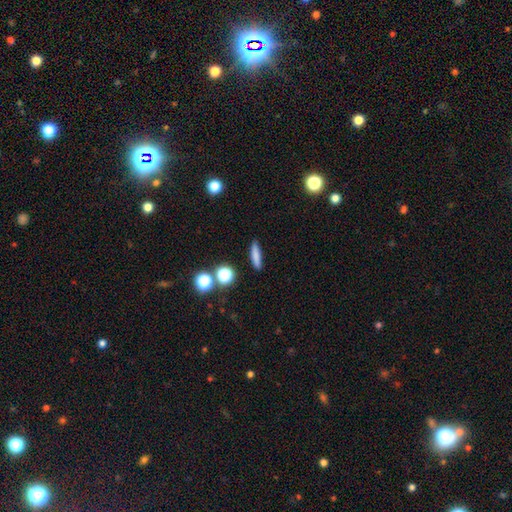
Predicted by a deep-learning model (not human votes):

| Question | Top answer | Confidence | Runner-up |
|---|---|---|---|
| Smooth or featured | smooth | 78% | featured or disk (11%) |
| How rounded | cigar-shaped | 78% | in between (16%) |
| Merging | none | 87% | minor disturbance (8%) |